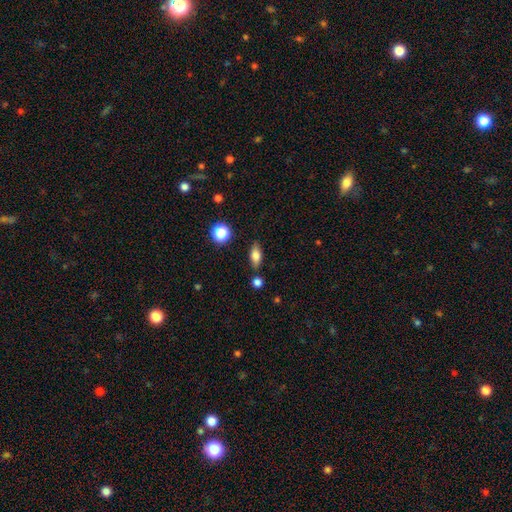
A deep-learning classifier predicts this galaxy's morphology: A smooth galaxy with no disk features (72%) that is in between round and cigar-shaped (75%). Merging: none (81%).